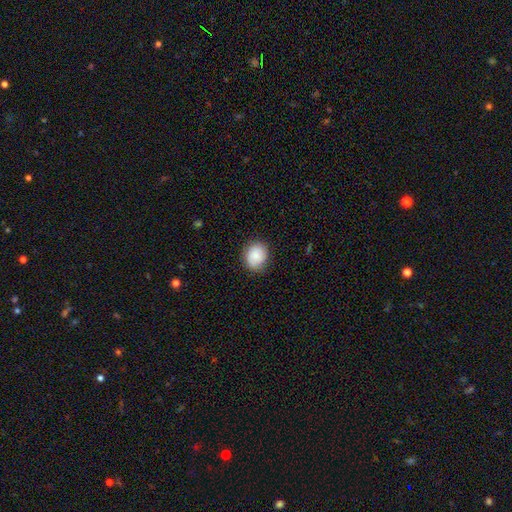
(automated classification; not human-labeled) smooth_or_featured: smooth (p=0.86) [alt: star or artifact p=0.07]
how_rounded: round (p=0.68) [alt: in between p=0.31]
merging: none (p=0.83) [alt: minor disturbance p=0.13]